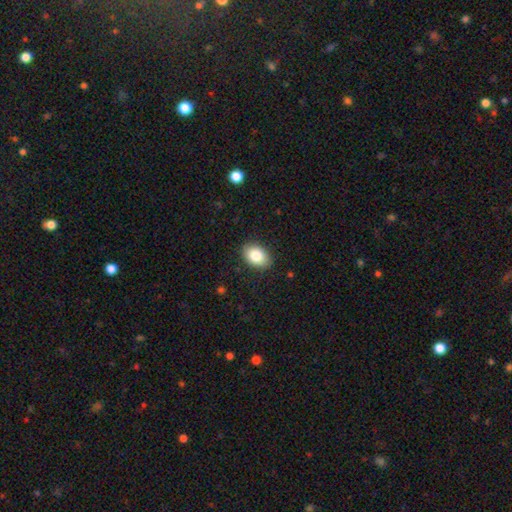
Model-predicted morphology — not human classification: This is clearly a smooth galaxy (84%). How rounded: clearly in between (84%). Merging: clearly none (87%).